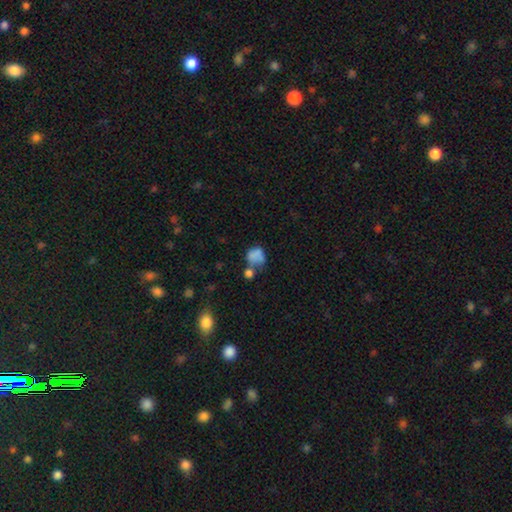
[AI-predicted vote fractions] Morphology: type=smooth (74%); roundness=round (60%); merging=merger (33%, tied with none).